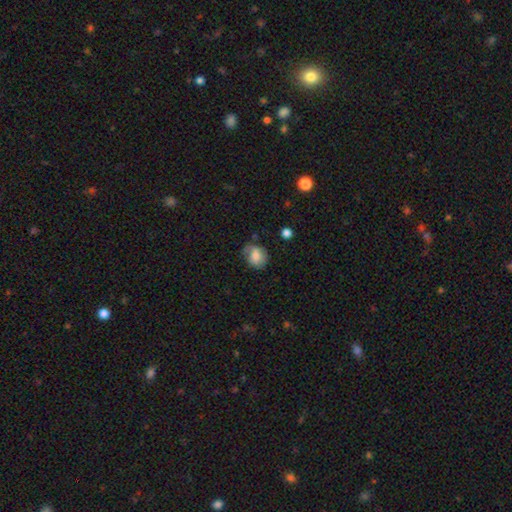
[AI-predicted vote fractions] smooth 67%, featured or disk 25%, star or artifact 8%. Down the decision tree: how rounded — round (57%); merging — none (53%).